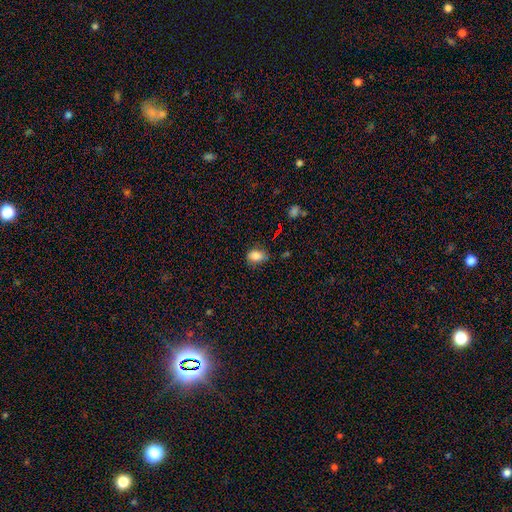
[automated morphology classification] smooth_or_featured: smooth (p=0.84) [alt: star or artifact p=0.09]
how_rounded: in between (p=0.72) [alt: round p=0.26]
merging: none (p=0.71) [alt: minor disturbance p=0.23]